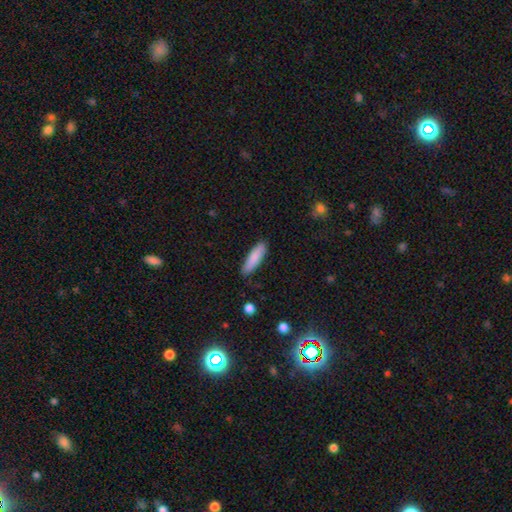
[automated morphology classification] A smooth galaxy with no disk features (86%) that is cigar-shaped (66%).

Vote fractions:
- Smooth or featured? smooth: 86% / featured or disk: 8% / star or artifact: 6%
- How rounded? cigar-shaped: 66% / in between: 33% / round: 1%
- Merging? none: 86% / minor disturbance: 11% / major disturbance: 2% / merger: 1%